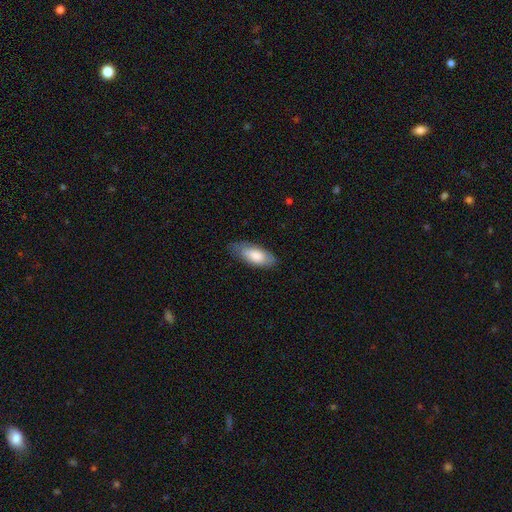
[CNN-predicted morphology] smooth-or-featured: smooth: 80% | featured or disk: 15% | star or artifact: 5%
  how-rounded: in between: 83% | cigar-shaped: 15% | round: 2%
  merging: none: 73% | minor disturbance: 22% | major disturbance: 4% | merger: 1%